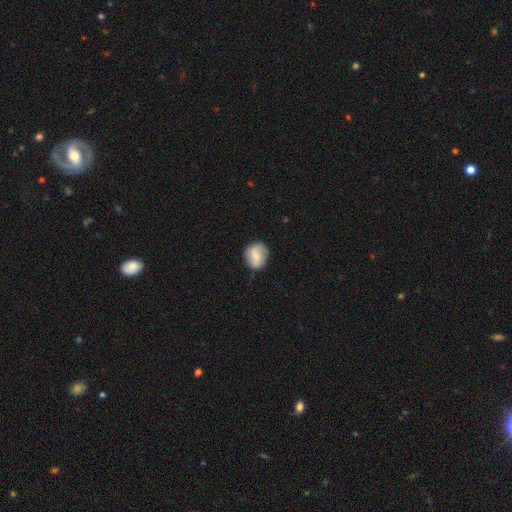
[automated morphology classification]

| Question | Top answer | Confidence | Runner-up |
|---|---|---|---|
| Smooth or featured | smooth | 50% | featured or disk (43%) |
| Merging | none | 78% | minor disturbance (17%) |